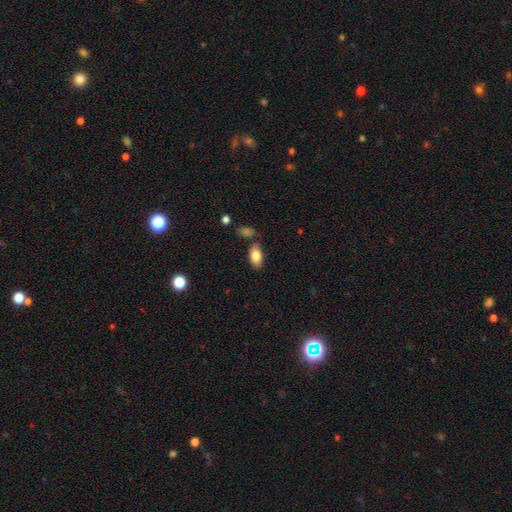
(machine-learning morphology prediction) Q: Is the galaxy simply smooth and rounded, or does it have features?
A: smooth — 83%.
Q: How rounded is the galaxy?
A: in between — 92%.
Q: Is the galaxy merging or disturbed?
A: none — 72%.